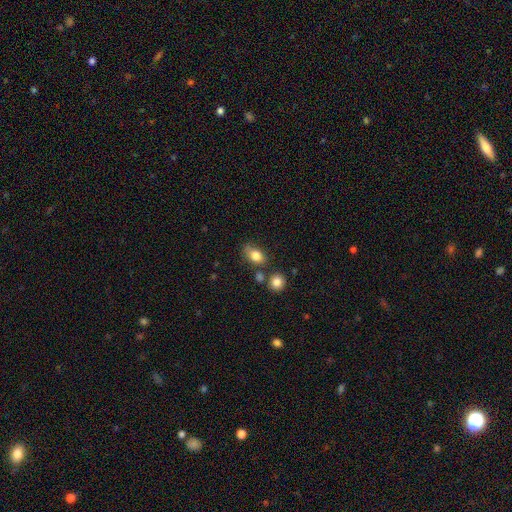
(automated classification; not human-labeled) A smooth galaxy with no disk features (82%) that is in between round and cigar-shaped (77%). Merging: none (62%).